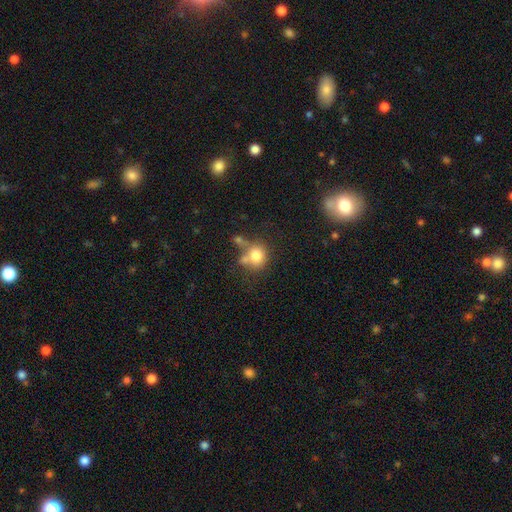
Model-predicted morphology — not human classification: Smooth or featured?
  - smooth: 77% *
  - featured or disk: 13%
  - star or artifact: 10%
How rounded?
  - round: 73% *
  - in between: 26%
  - cigar-shaped: 1%
Merging?
  - none: 42% *
  - merger: 32%
  - minor disturbance: 16%
  - major disturbance: 10%